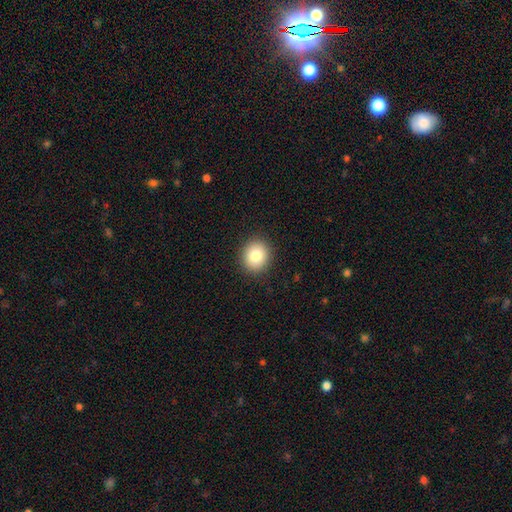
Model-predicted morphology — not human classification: This is clearly a smooth galaxy (81%). How rounded: likely round (78%). Merging: clearly none (91%).